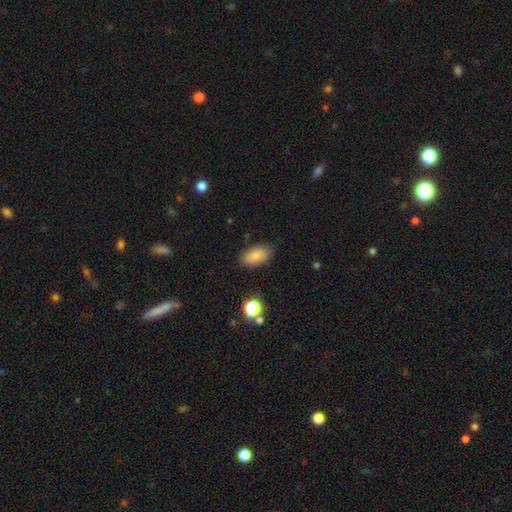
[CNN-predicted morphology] The model was most divided on "smooth or featured": smooth: 80%, featured or disk: 11%, star or artifact: 9%. More confident: how rounded — in between (92%); merging — none (83%).